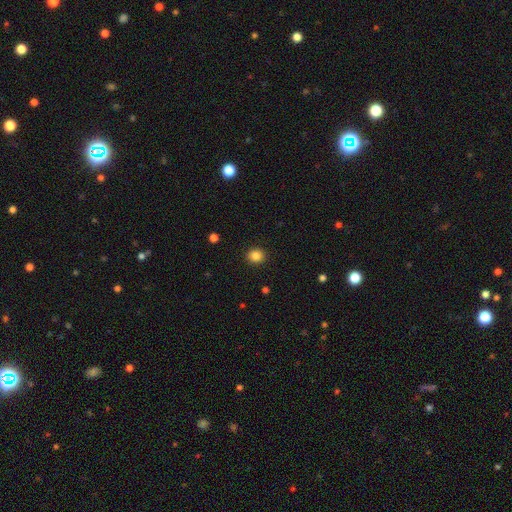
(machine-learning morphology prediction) Overall: smooth (85%). How rounded: round (83%). Merging: none (91%).